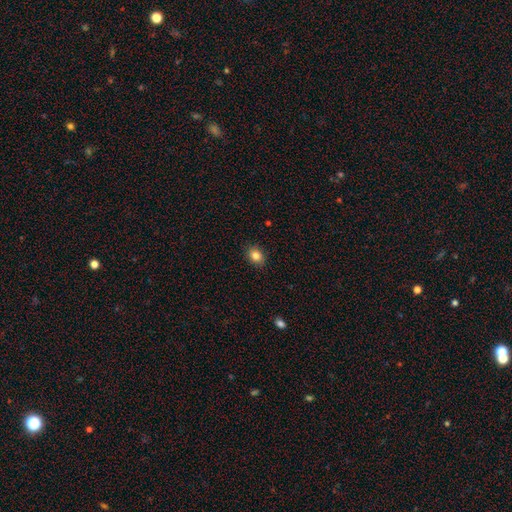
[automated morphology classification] The model was most divided on "how rounded": in between: 57%, round: 42%, cigar-shaped: 1%. More confident: merging — none (89%); smooth or featured — smooth (84%).